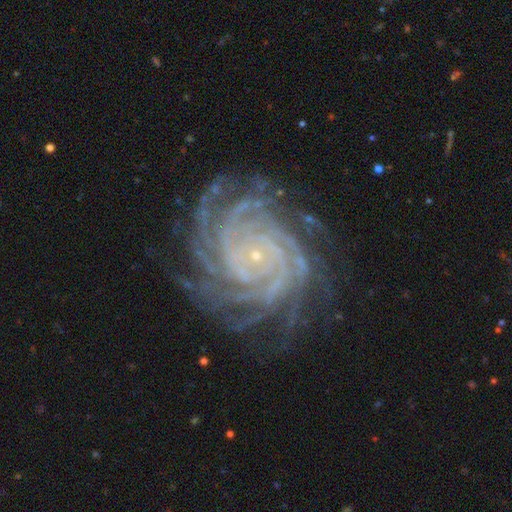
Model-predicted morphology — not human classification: Smooth or featured?
  - featured or disk: 91% *
  - star or artifact: 6%
  - smooth: 3%
Edge-on disk?
  - no: 98% *
  - yes: 2%
Bar?
  - no: 75% *
  - weak: 16%
  - strong: 9%
Spiral arms?
  - yes: 99% *
  - no: 1%
Spiral winding?
  - tight: 85% *
  - medium: 13%
  - loose: 2%
Spiral arm count?
  - more than 4: 43% *
  - 4: 20%
  - can't tell: 12%
  - 3: 10%
  - 2: 8%
  - 1: 8%
Bulge size?
  - small: 90% *
  - moderate: 6%
  - none: 2%
  - large: 1%
  - dominant: 1%
Merging?
  - none: 80% *
  - minor disturbance: 14%
  - major disturbance: 5%
  - merger: 2%